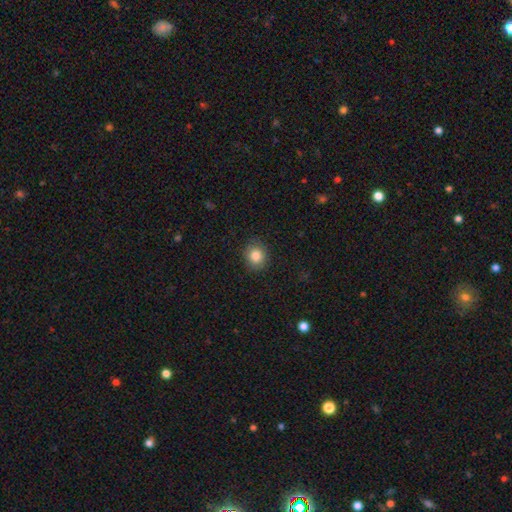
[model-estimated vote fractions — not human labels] Smooth or featured? smooth (85%)
How rounded? round (77%)
Merging? none (88%)